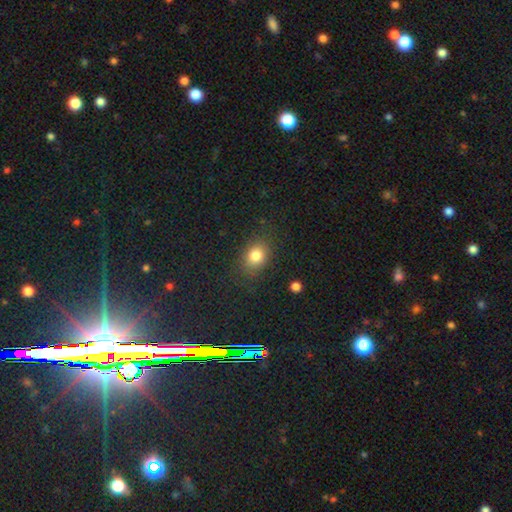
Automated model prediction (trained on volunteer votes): A smooth galaxy with no disk features (81%) that is in between round and cigar-shaped (59%).

Vote fractions:
- Smooth or featured? smooth: 81% / star or artifact: 11% / featured or disk: 7%
- How rounded? in between: 59% / round: 40% / cigar-shaped: 1%
- Merging? none: 80% / minor disturbance: 13% / major disturbance: 5% / merger: 2%